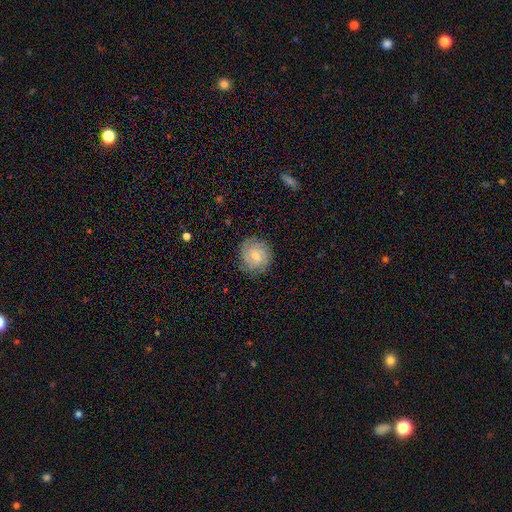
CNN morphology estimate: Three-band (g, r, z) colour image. It shows a featured or disk galaxy (57%) with no bar (51%), spiral arms (90%) and a small central bulge (54%). Merging: none (84%).